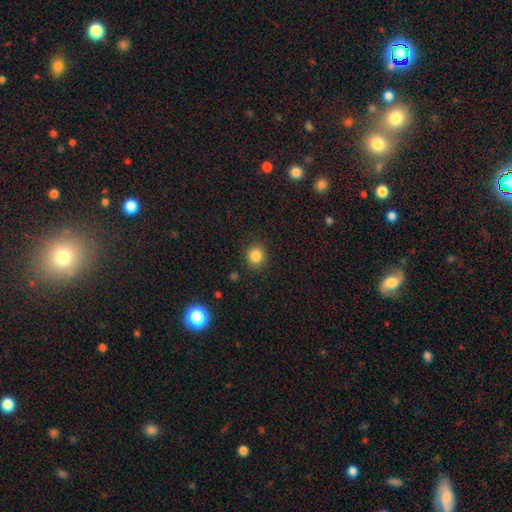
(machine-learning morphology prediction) Smooth or featured? smooth (84%)
How rounded? round (86%)
Merging? none (89%)